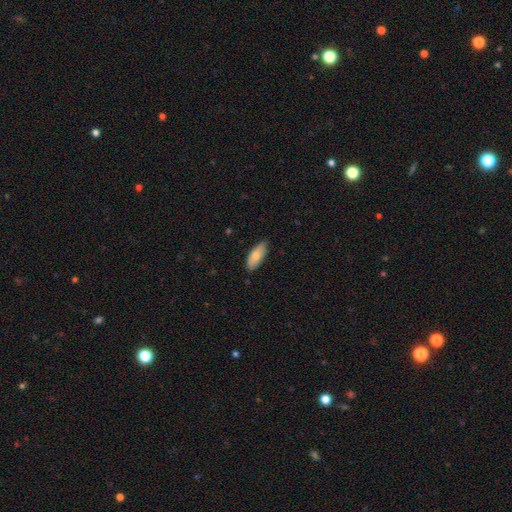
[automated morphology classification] This is likely a smooth galaxy (78%). How rounded: likely in between (80%). Merging: clearly none (82%).